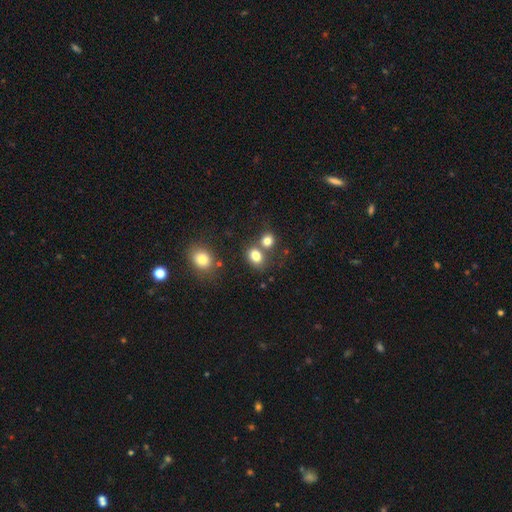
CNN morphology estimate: Smooth or featured: smooth — 80% (star or artifact — 12%)
How rounded: in between — 51% (round — 48%)
Merging: none — 55% (merger — 30%)